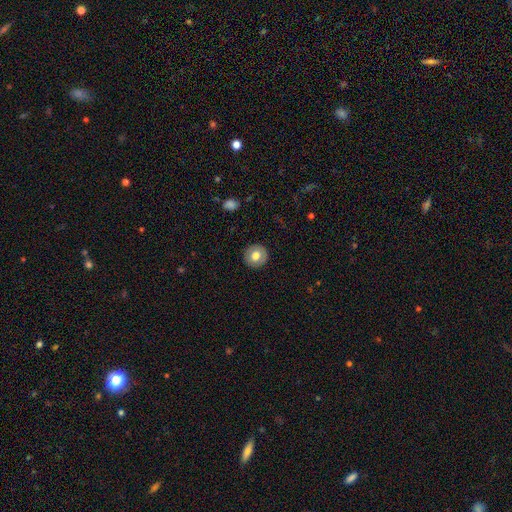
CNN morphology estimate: Smooth or featured? smooth (73%)
How rounded? round (94%)
Merging? none (91%)